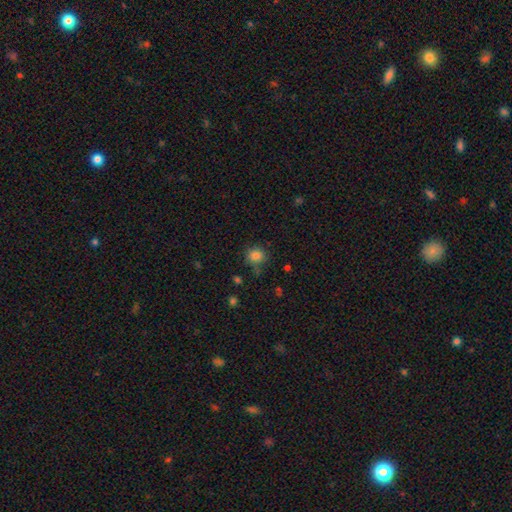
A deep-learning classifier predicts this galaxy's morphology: smooth-or-featured: smooth: 83% | star or artifact: 12% | featured or disk: 5%
  how-rounded: round: 85% | in between: 14% | cigar-shaped: 1%
  merging: none: 74% | minor disturbance: 16% | major disturbance: 5% | merger: 5%